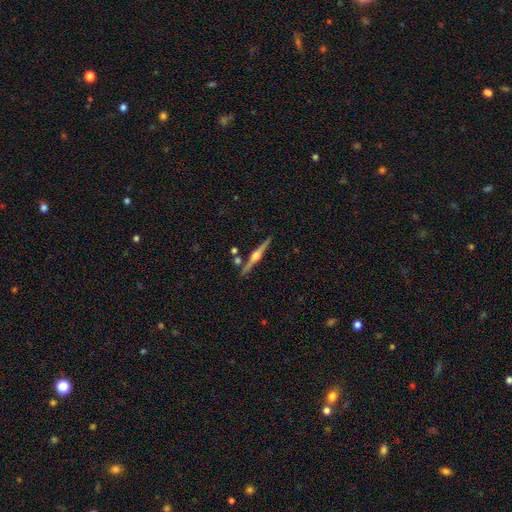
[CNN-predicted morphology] smooth-or-featured: featured or disk: 82% | smooth: 12% | star or artifact: 6%
  disk-edge-on: yes: 98% | no: 2%
    edge-on-bulge: rounded: 94% | boxy: 4% | none: 2%
  merging: none: 86% | minor disturbance: 8% | merger: 5% | major disturbance: 2%